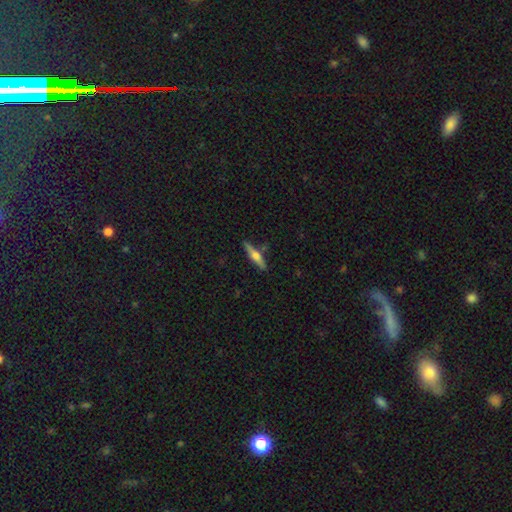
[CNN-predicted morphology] Smooth or featured? featured or disk (60%)
Edge-on disk? yes (96%)
Edge-on bulge? rounded (91%)
Merging? none (83%)